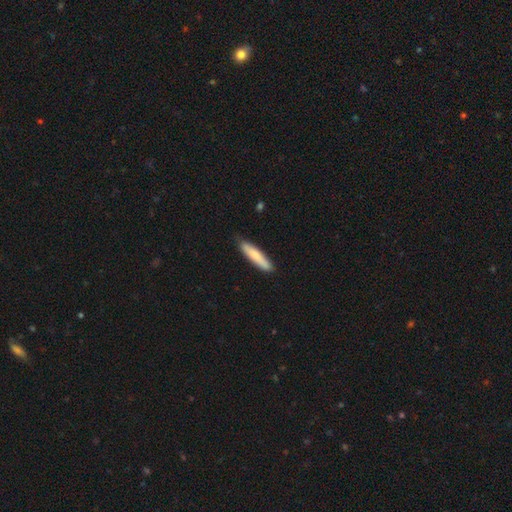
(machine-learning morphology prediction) A smooth galaxy with no disk features (77%) that is cigar-shaped (85%). Merging: none (86%).